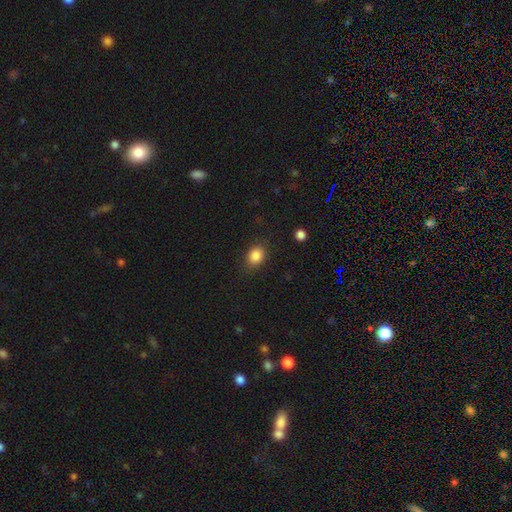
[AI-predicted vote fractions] A smooth galaxy with no disk features (86%) that is round (51%).

Vote fractions:
- Smooth or featured? smooth: 86% / star or artifact: 10% / featured or disk: 4%
- How rounded? round: 51% / in between: 48% / cigar-shaped: 1%
- Merging? none: 83% / minor disturbance: 12% / major disturbance: 4% / merger: 1%